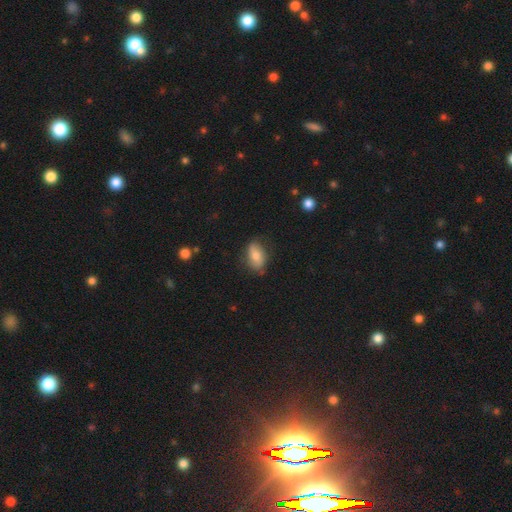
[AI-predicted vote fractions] Smooth or featured? smooth (70%)
How rounded? in between (88%)
Merging? none (73%)